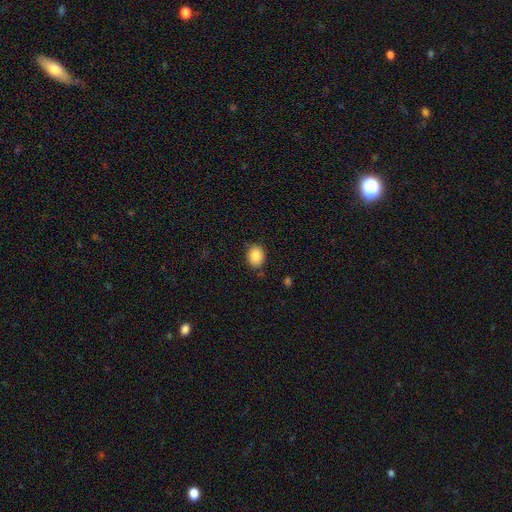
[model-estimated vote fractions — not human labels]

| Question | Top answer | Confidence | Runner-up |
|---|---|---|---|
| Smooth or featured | smooth | 87% | star or artifact (8%) |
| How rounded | round | 51% | in between (49%) |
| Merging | none | 80% | minor disturbance (16%) |